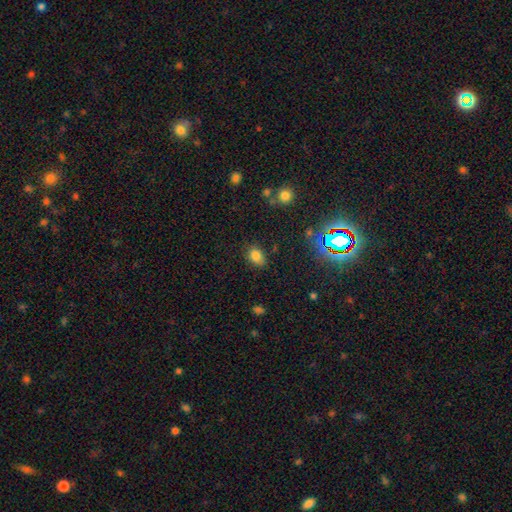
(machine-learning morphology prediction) A smooth galaxy with no disk features (79%) that is in between round and cigar-shaped (74%).

Vote fractions:
- Smooth or featured? smooth: 79% / star or artifact: 14% / featured or disk: 7%
- How rounded? in between: 74% / round: 24% / cigar-shaped: 1%
- Merging? none: 79% / minor disturbance: 15% / major disturbance: 4% / merger: 2%